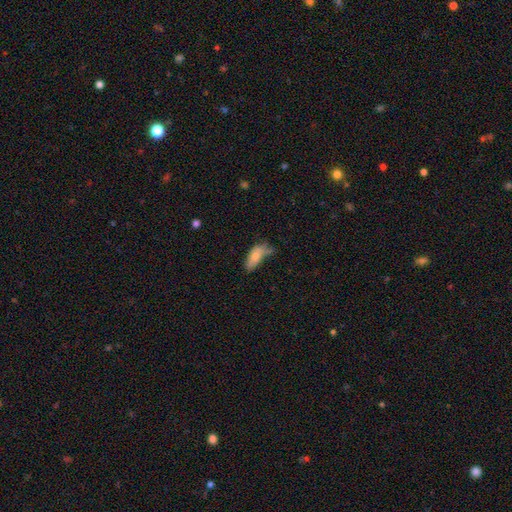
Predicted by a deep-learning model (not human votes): smooth-or-featured: smooth: 78% | featured or disk: 14% | star or artifact: 8%
  how-rounded: in between: 83% | cigar-shaped: 14% | round: 3%
  merging: none: 37% | minor disturbance: 35% | major disturbance: 17% | merger: 11%